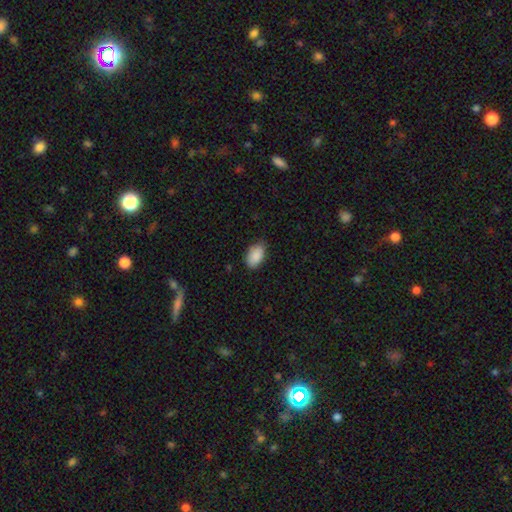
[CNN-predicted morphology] Overall: smooth (89%). How rounded: in between (92%). Merging: none (77%).